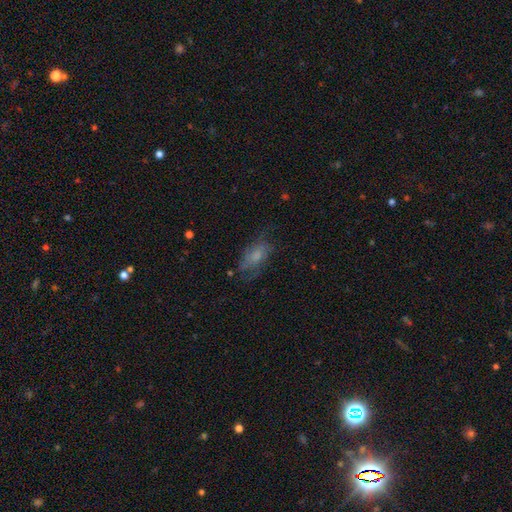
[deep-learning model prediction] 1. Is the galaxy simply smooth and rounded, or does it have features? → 46% smooth, 43% featured or disk, 11% star or artifact.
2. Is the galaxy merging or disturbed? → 54% none, 25% minor disturbance, 19% major disturbance, 2% merger.